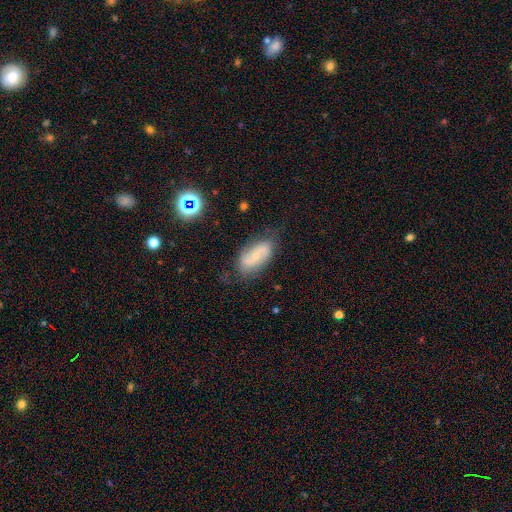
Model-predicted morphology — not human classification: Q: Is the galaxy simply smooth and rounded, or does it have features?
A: featured or disk — 58%.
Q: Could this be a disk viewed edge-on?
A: no — 92%.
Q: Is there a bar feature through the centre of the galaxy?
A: no — 53%.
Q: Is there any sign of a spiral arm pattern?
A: yes — 74%.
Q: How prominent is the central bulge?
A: small — 61%.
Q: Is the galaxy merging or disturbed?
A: none — 69%.